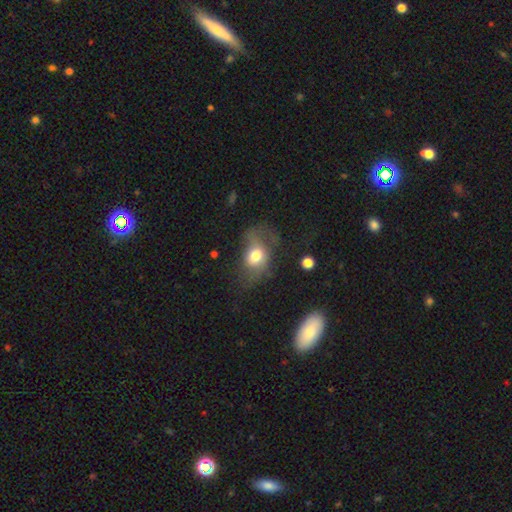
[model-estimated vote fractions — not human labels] This appears to be a smooth galaxy with no disk features (61%) that is in between round and cigar-shaped (68%). Merging: major disturbance (36%).